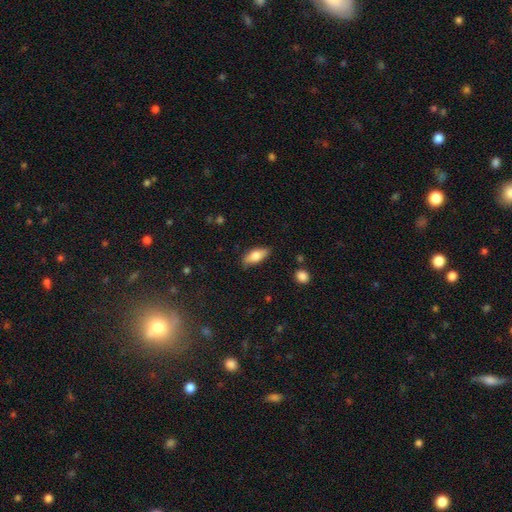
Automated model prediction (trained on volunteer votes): This is likely a smooth galaxy (73%). How rounded: likely in between (77%). Merging: clearly none (81%).